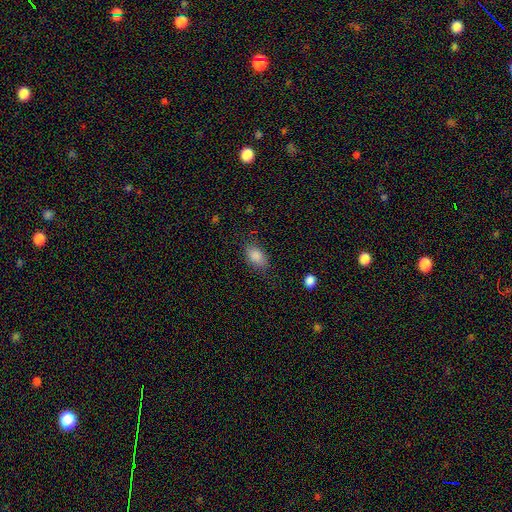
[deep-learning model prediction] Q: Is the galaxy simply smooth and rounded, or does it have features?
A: smooth — 86%.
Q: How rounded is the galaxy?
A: in between — 89%.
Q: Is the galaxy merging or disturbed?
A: none — 77%.